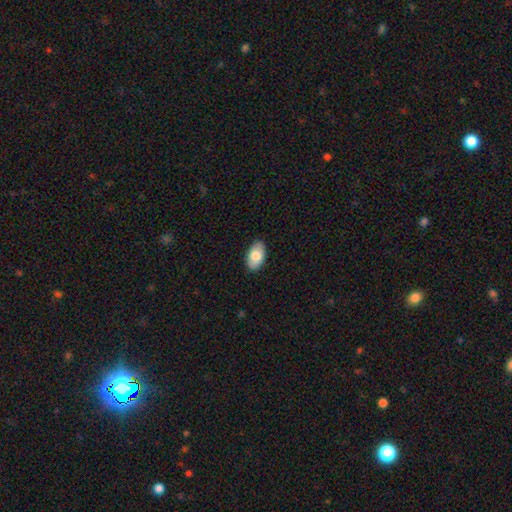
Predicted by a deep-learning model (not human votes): smooth-or-featured: smooth: 79% | featured or disk: 15% | star or artifact: 6%
  how-rounded: in between: 94% | round: 4% | cigar-shaped: 2%
  merging: none: 87% | minor disturbance: 10% | major disturbance: 2% | merger: 1%